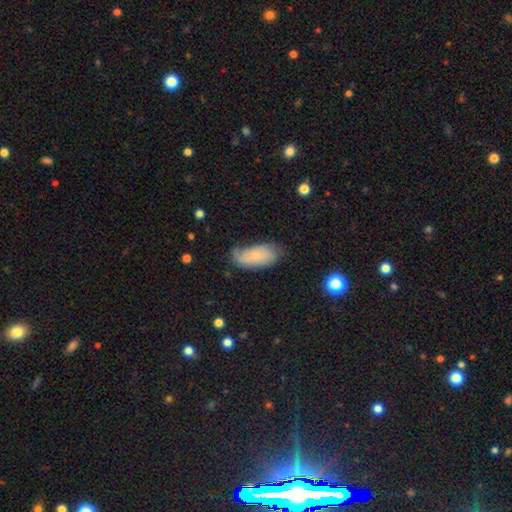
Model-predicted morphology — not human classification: Smooth or featured?
  - smooth: 64% *
  - featured or disk: 28%
  - star or artifact: 8%
How rounded?
  - in between: 91% *
  - cigar-shaped: 6%
  - round: 3%
Merging?
  - none: 51% *
  - minor disturbance: 34%
  - major disturbance: 13%
  - merger: 3%